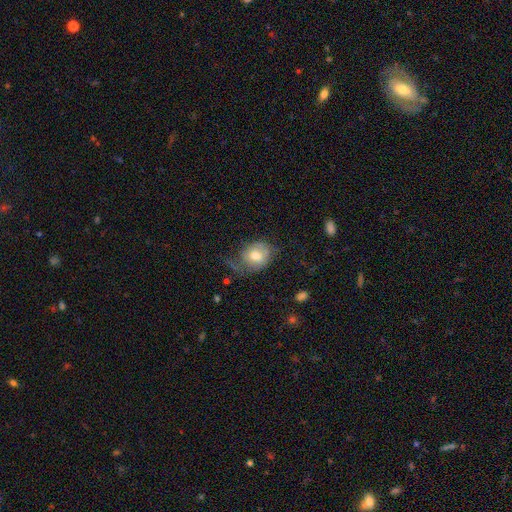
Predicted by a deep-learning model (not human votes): Smooth or featured?
  - smooth: 64% *
  - featured or disk: 28%
  - star or artifact: 8%
How rounded?
  - round: 50% *
  - in between: 49%
  - cigar-shaped: 1%
Merging?
  - none: 43% *
  - minor disturbance: 31%
  - major disturbance: 23%
  - merger: 3%